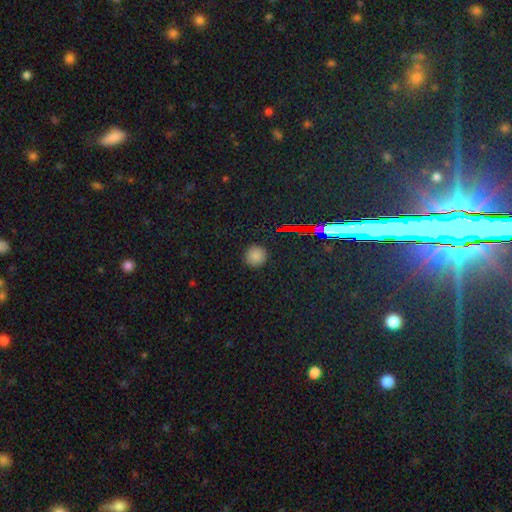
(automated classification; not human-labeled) This appears to be a smooth galaxy with no disk features (81%) that is round (94%). Merging: none (91%).